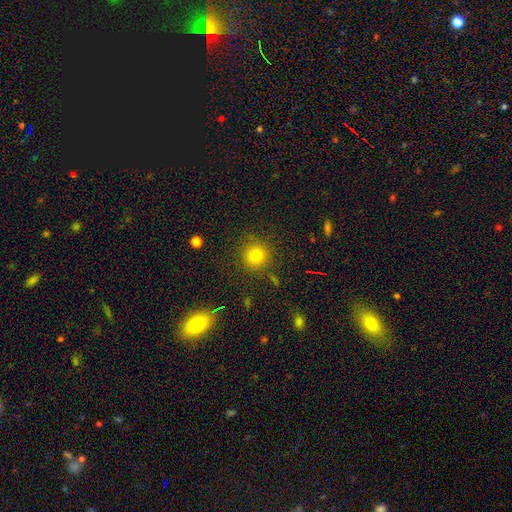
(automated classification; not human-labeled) smooth-or-featured: smooth: 78% | star or artifact: 15% | featured or disk: 7%
  how-rounded: round: 93% | in between: 6% | cigar-shaped: 1%
  merging: none: 87% | minor disturbance: 8% | major disturbance: 3% | merger: 2%